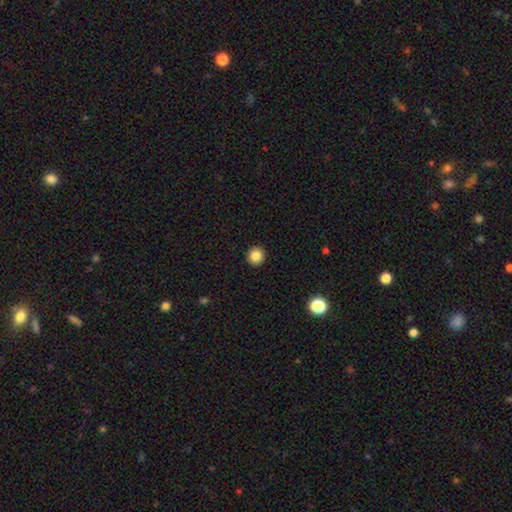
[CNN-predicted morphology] smooth_or_featured: smooth (p=0.85) [alt: star or artifact p=0.11]
how_rounded: round (p=0.94) [alt: in between p=0.05]
merging: none (p=0.93) [alt: minor disturbance p=0.04]